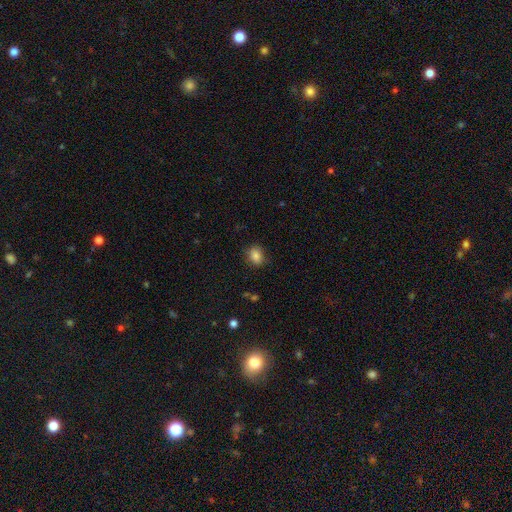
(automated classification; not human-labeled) smooth-or-featured: smooth: 82% | star or artifact: 10% | featured or disk: 8%
  how-rounded: round: 53% | in between: 46% | cigar-shaped: 1%
  merging: none: 82% | minor disturbance: 14% | major disturbance: 3% | merger: 1%